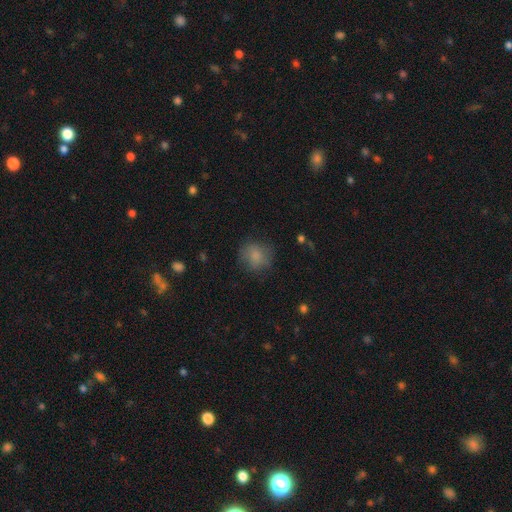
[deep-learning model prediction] A smooth galaxy with no disk features (80%) that is round (81%). Merging: none (73%).